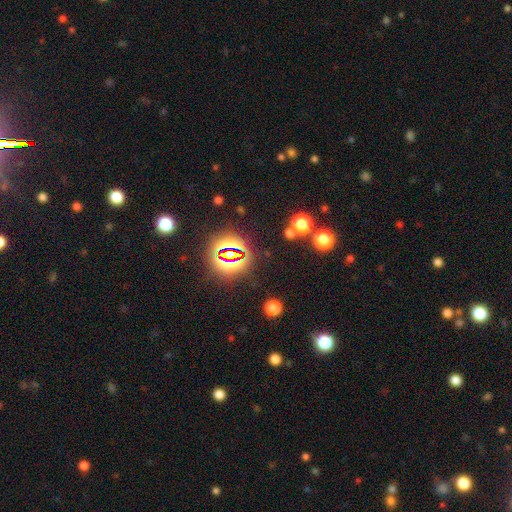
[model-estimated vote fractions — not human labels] Smooth or featured? star or artifact (79%)